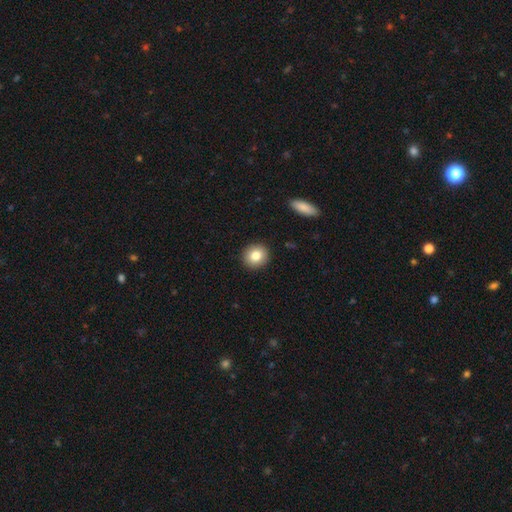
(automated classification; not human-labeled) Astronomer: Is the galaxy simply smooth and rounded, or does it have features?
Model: smooth — 82%.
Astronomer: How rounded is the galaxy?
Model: round — 88%.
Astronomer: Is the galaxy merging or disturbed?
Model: none — 92%.